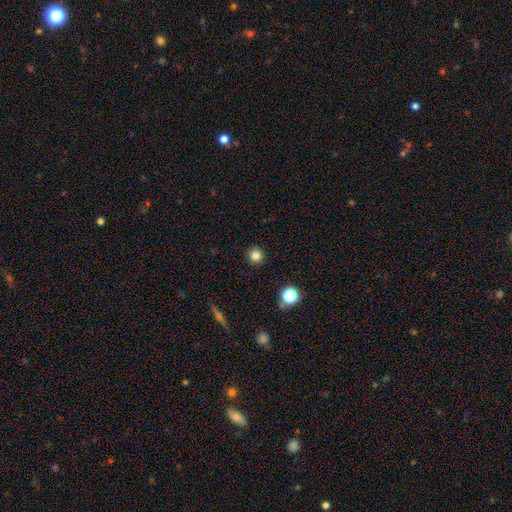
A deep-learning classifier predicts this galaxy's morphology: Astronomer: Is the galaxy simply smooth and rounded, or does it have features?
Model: smooth — 81%.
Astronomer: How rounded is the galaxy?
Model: round — 94%.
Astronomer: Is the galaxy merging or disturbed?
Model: none — 92%.